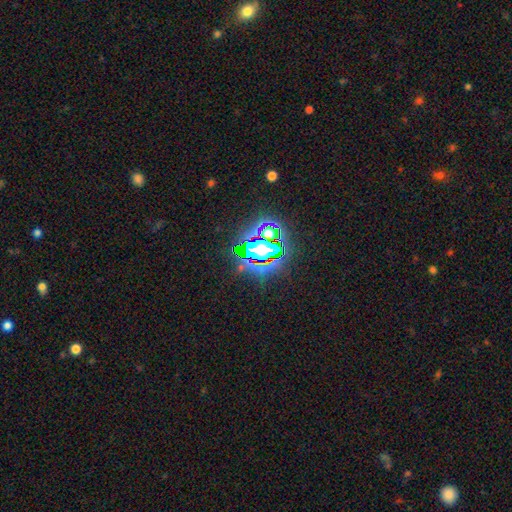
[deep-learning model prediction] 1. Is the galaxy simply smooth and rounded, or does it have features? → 82% star or artifact, 11% smooth, 8% featured or disk.